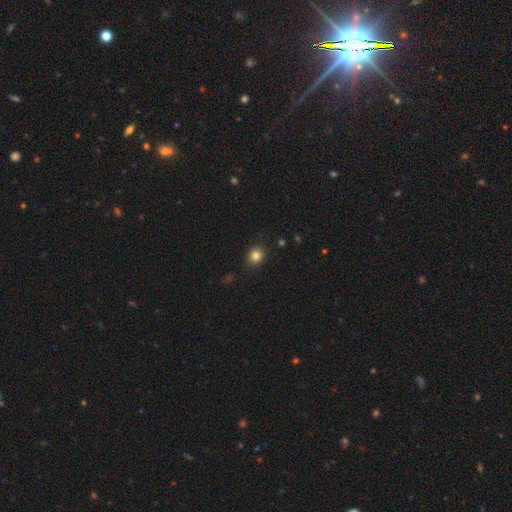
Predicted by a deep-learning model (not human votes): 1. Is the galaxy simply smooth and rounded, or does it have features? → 84% smooth, 11% star or artifact, 5% featured or disk.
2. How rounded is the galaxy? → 71% round, 28% in between, 1% cigar-shaped.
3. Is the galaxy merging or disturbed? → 87% none, 9% minor disturbance, 2% major disturbance, 1% merger.